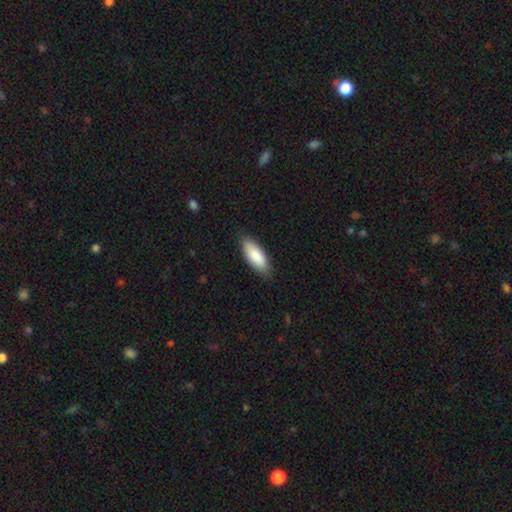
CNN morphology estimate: A smooth galaxy with no disk features (85%) that is in between round and cigar-shaped (73%). Merging: none (84%).